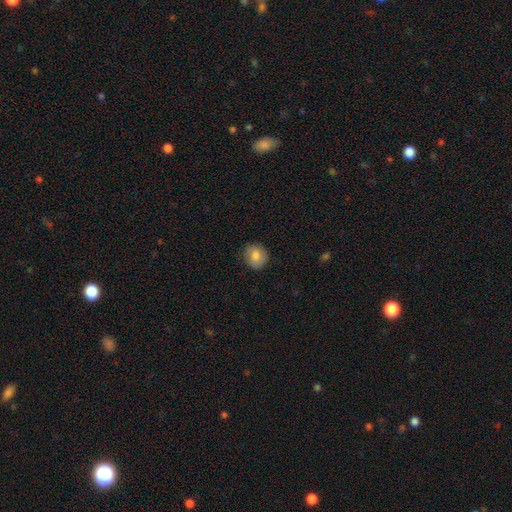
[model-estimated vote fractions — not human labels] Smooth or featured? Predicted: smooth (p=0.82). How rounded? Predicted: round (p=0.76). Merging? Predicted: none (p=0.83).